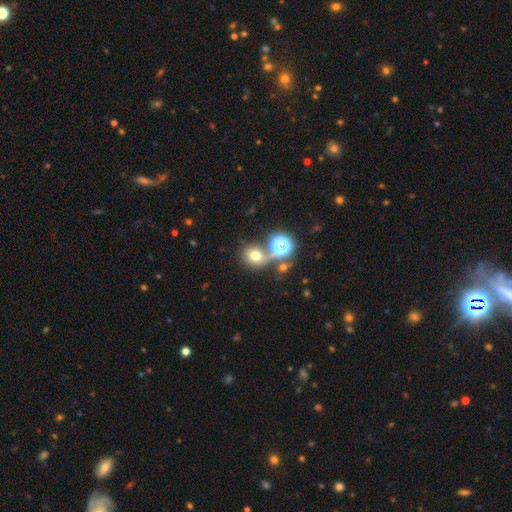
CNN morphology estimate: Q: Smooth or featured?
A: smooth (68%); runner-up: star or artifact (21%)
Q: How rounded?
A: round (74%); runner-up: in between (25%)
Q: Merging?
A: none (52%); runner-up: merger (30%)